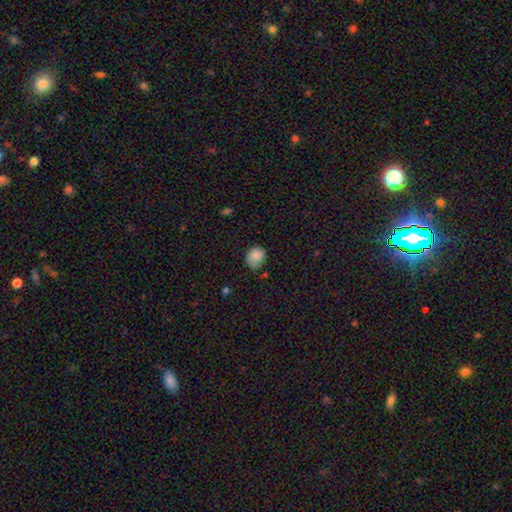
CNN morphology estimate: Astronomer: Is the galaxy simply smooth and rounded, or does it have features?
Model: smooth — 84%.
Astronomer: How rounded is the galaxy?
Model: round — 65%.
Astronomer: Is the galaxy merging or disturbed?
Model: none — 57% (runner-up: minor disturbance, 33%).